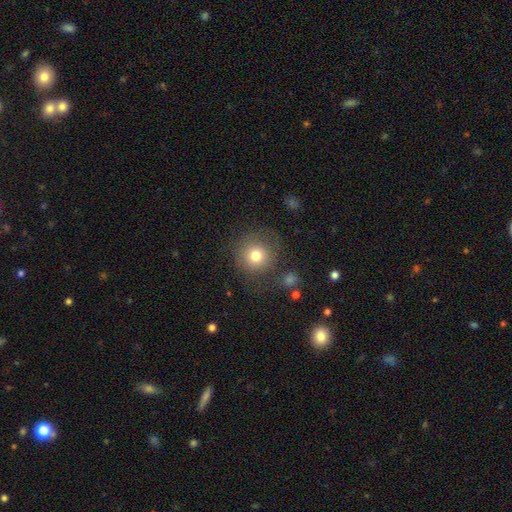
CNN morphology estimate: This appears to be a smooth galaxy with no disk features (76%) that is round (93%). Merging: none (74%).